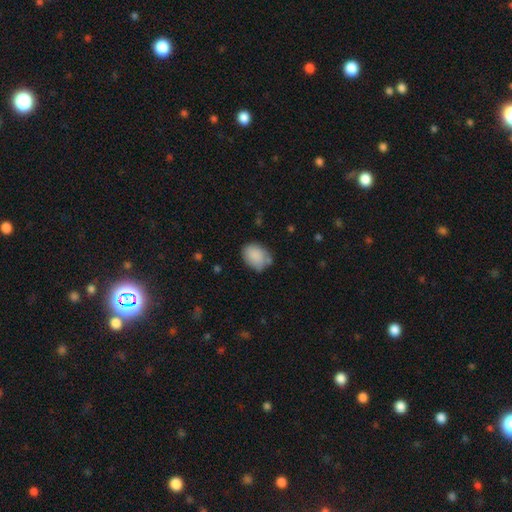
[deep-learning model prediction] A smooth galaxy with no disk features (87%) that is in between round and cigar-shaped (68%).

Vote fractions:
- Smooth or featured? smooth: 87% / star or artifact: 7% / featured or disk: 6%
- How rounded? in between: 68% / round: 31% / cigar-shaped: 1%
- Merging? none: 67% / minor disturbance: 23% / major disturbance: 5% / merger: 5%